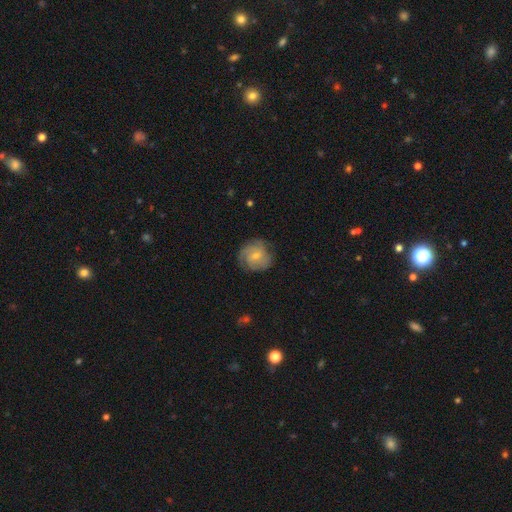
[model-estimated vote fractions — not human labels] featured or disk 68%, smooth 25%, star or artifact 7%. Down the decision tree: edge-on disk — no (98%); bar — no (58%); spiral arms — yes (92%); spiral arm count — can't tell (29%); spiral winding — tight (54%); bulge size — small (56%); merging — none (75%).